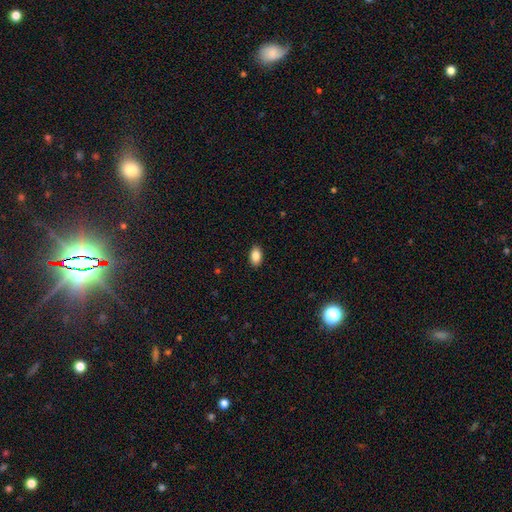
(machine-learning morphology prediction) smooth_or_featured: smooth (p=0.86) [alt: star or artifact p=0.08]
how_rounded: in between (p=0.90) [alt: round p=0.09]
merging: none (p=0.90) [alt: minor disturbance p=0.08]